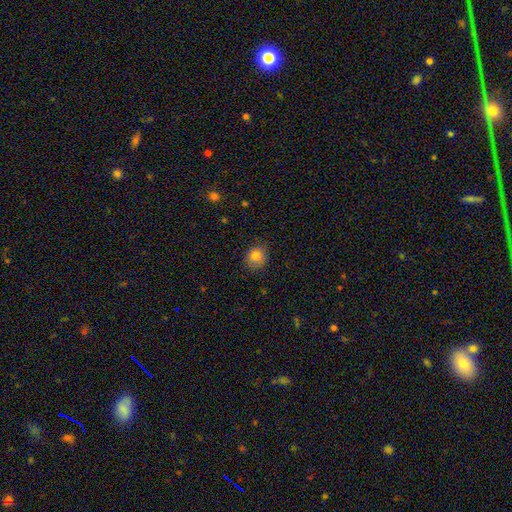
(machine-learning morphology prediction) The model was most divided on "how rounded": round: 75%, in between: 24%, cigar-shaped: 1%. More confident: smooth or featured — smooth (83%); merging — none (83%).